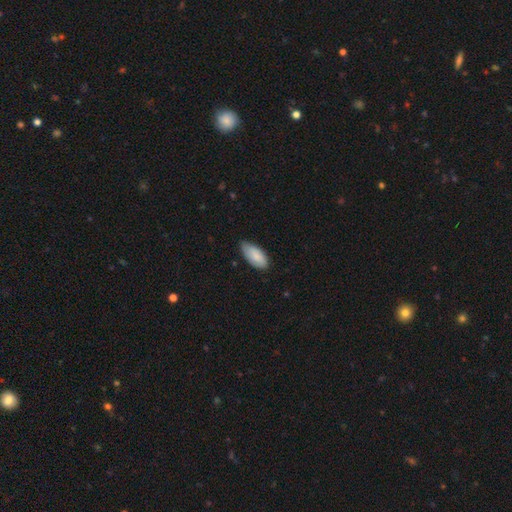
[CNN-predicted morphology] smooth-or-featured: smooth: 83% | featured or disk: 11% | star or artifact: 6%
  how-rounded: in between: 91% | cigar-shaped: 7% | round: 2%
  merging: none: 64% | minor disturbance: 31% | major disturbance: 4% | merger: 1%